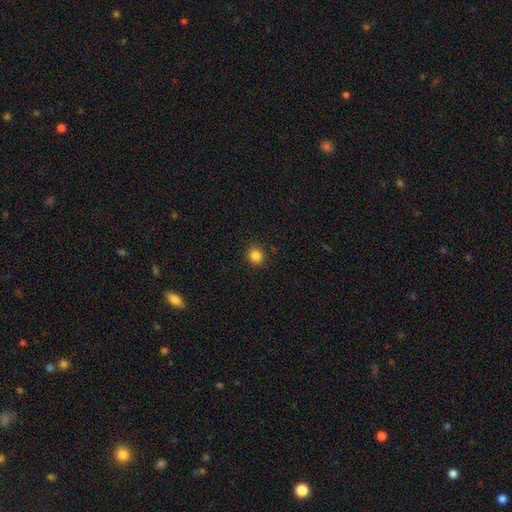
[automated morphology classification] Smooth or featured: smooth — 84% (star or artifact — 12%)
How rounded: round — 88% (in between — 11%)
Merging: none — 90% (minor disturbance — 7%)